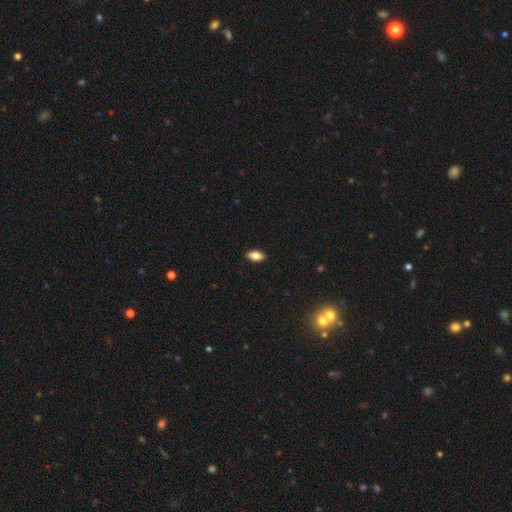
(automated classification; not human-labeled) This is likely a smooth galaxy (78%). How rounded: clearly in between (87%). Merging: clearly none (89%).